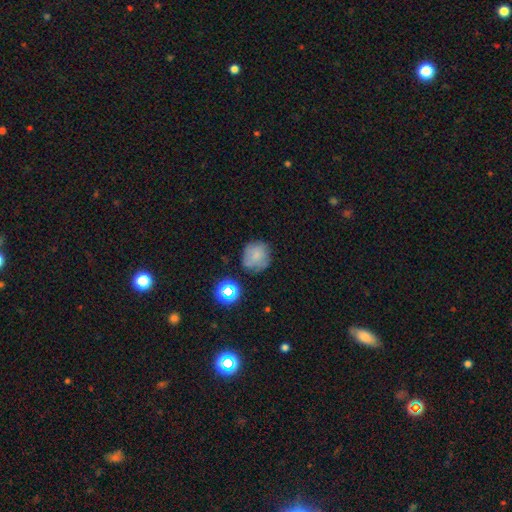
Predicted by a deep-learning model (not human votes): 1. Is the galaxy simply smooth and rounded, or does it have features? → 67% smooth, 18% featured or disk, 15% star or artifact.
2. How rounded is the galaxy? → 88% round, 11% in between, 1% cigar-shaped.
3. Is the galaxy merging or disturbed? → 67% none, 20% minor disturbance, 8% major disturbance, 5% merger.